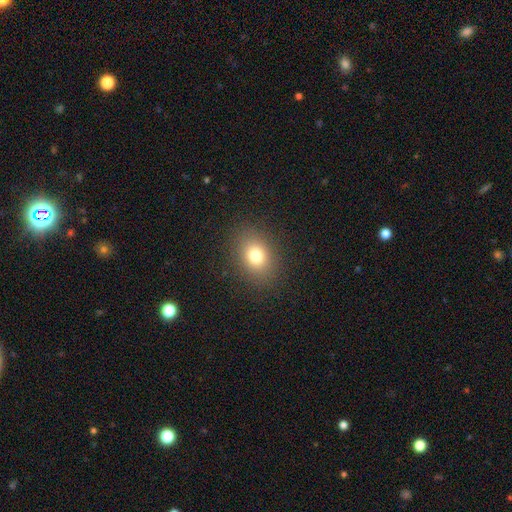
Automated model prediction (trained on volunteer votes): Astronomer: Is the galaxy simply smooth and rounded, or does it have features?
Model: smooth — 77%.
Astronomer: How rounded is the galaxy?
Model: in between — 61% (runner-up: round, 38%).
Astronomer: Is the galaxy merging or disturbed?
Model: none — 87%.